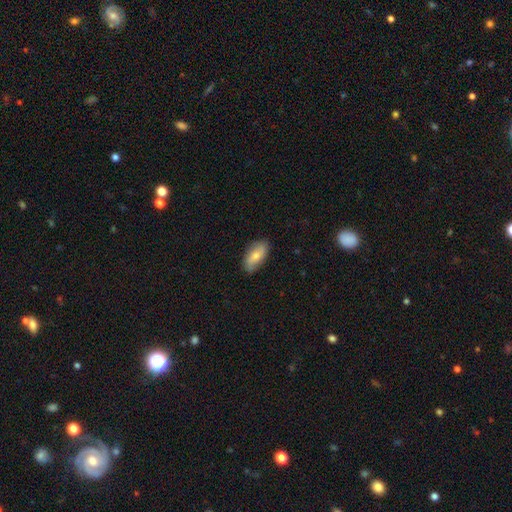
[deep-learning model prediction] The model was most divided on "smooth or featured": smooth: 64%, featured or disk: 30%, star or artifact: 6%. More confident: how rounded — in between (91%); merging — none (82%).